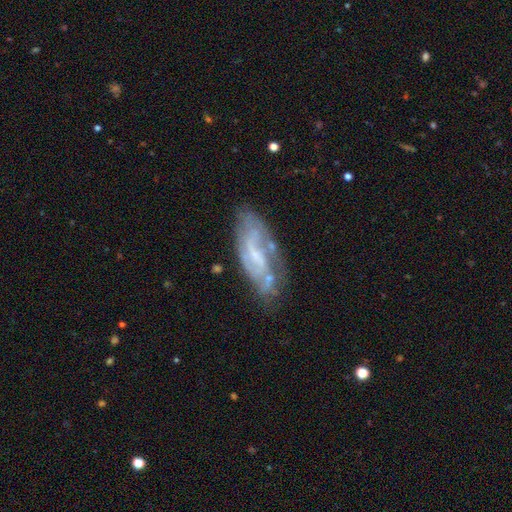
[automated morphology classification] Smooth or featured? Predicted: featured or disk (p=0.76). Edge-on disk? Predicted: no (p=0.91). Bar? Predicted: weak (p=0.48). Spiral arms? Predicted: yes (p=0.85). Spiral winding? Predicted: medium (p=0.44). Spiral arm count? Predicted: 2 (p=0.47). Bulge size? Predicted: small (p=0.52). Merging? Predicted: none (p=0.61).